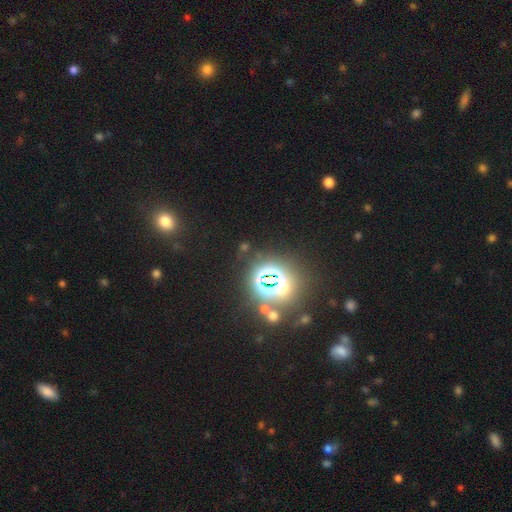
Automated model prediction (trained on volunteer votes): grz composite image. It shows a star or artifact, not a galaxy (77%).